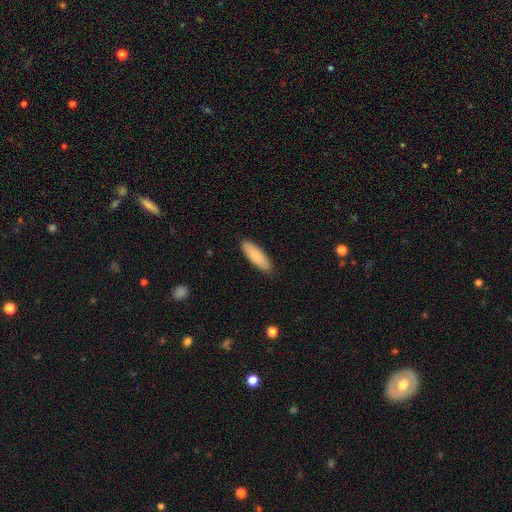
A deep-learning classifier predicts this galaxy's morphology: Q: Smooth or featured?
A: smooth (81%); runner-up: featured or disk (14%)
Q: How rounded?
A: in between (51%); runner-up: cigar-shaped (47%)
Q: Merging?
A: none (90%); runner-up: minor disturbance (8%)